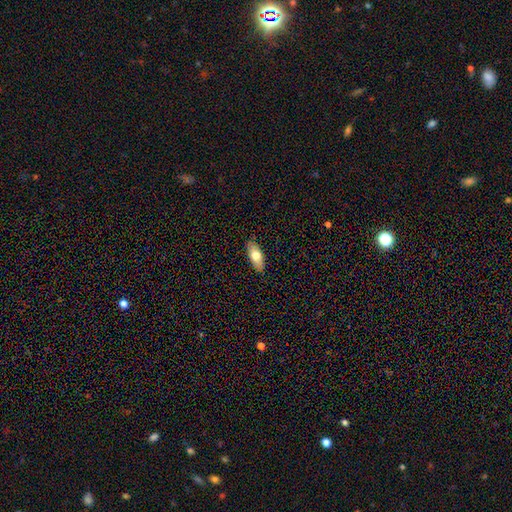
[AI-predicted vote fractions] A smooth galaxy with no disk features (73%) that is in between round and cigar-shaped (84%).

Vote fractions:
- Smooth or featured? smooth: 73% / featured or disk: 21% / star or artifact: 6%
- How rounded? in between: 84% / cigar-shaped: 13% / round: 3%
- Merging? none: 89% / minor disturbance: 8% / major disturbance: 2% / merger: 1%